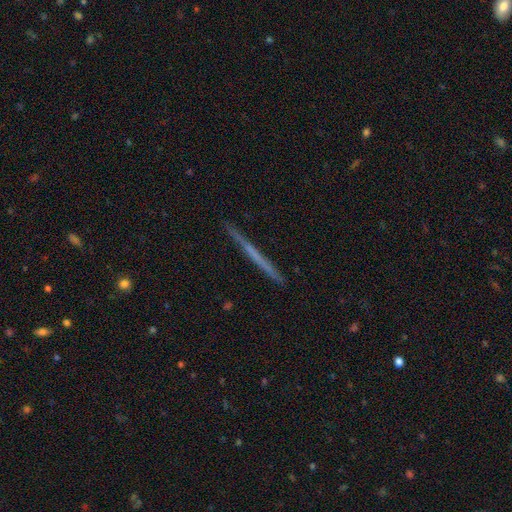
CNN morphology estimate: Smooth or featured?
  - featured or disk: 55% *
  - smooth: 39%
  - star or artifact: 6%
Edge-on disk?
  - yes: 97% *
  - no: 3%
Edge-on bulge?
  - none: 90% *
  - rounded: 7%
  - boxy: 3%
Merging?
  - none: 91% *
  - minor disturbance: 7%
  - major disturbance: 1%
  - merger: 1%